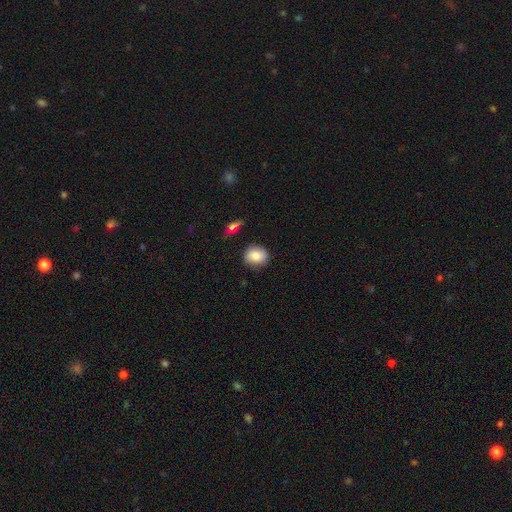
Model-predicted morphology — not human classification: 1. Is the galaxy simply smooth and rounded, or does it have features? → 81% smooth, 11% featured or disk, 8% star or artifact.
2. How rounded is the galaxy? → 73% round, 26% in between, 1% cigar-shaped.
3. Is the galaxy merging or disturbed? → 78% none, 16% minor disturbance, 3% major disturbance, 3% merger.